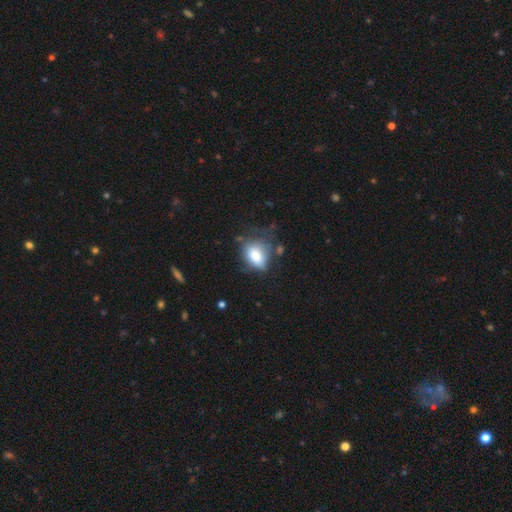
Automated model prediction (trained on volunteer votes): This is likely a smooth galaxy (75%). How rounded: likely in between (70%). Merging: possibly none (46%).